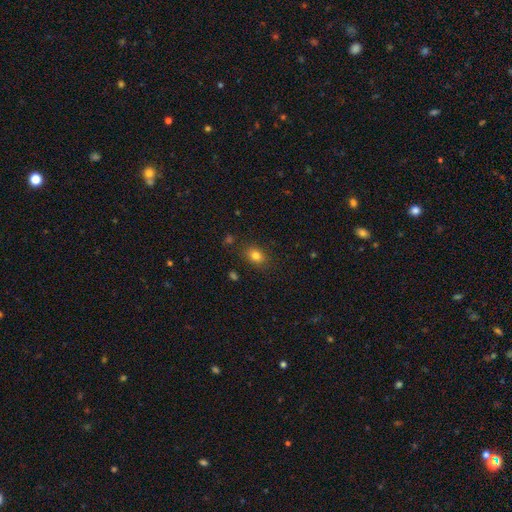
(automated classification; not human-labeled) smooth_or_featured: smooth (p=0.81) [alt: star or artifact p=0.12]
how_rounded: in between (p=0.67) [alt: round p=0.32]
merging: none (p=0.84) [alt: minor disturbance p=0.11]